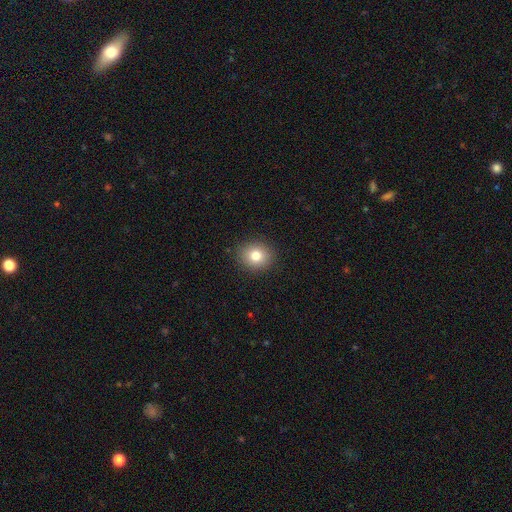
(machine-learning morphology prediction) smooth_or_featured: smooth (p=0.80) [alt: star or artifact p=0.11]
how_rounded: round (p=0.74) [alt: in between p=0.25]
merging: none (p=0.90) [alt: minor disturbance p=0.07]